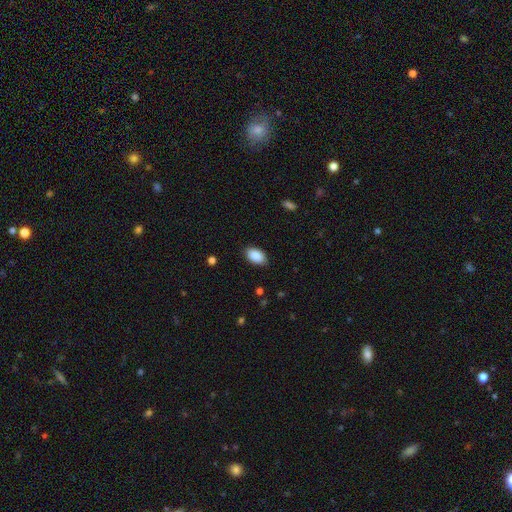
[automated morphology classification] Q: Smooth or featured?
A: smooth (90%); runner-up: star or artifact (7%)
Q: How rounded?
A: in between (93%); runner-up: round (6%)
Q: Merging?
A: none (86%); runner-up: minor disturbance (11%)